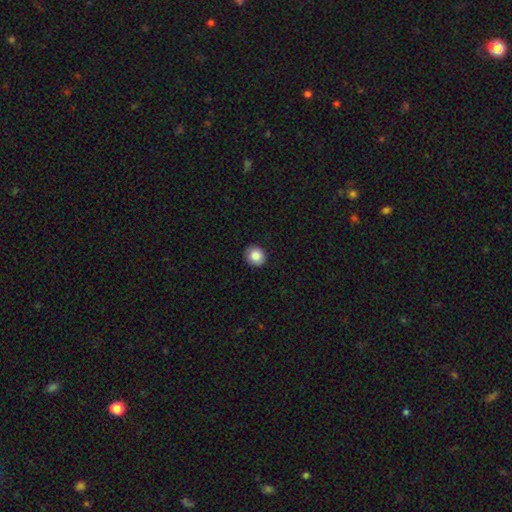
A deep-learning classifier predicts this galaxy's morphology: This is clearly a smooth galaxy (86%). How rounded: clearly round (85%). Merging: clearly none (90%).